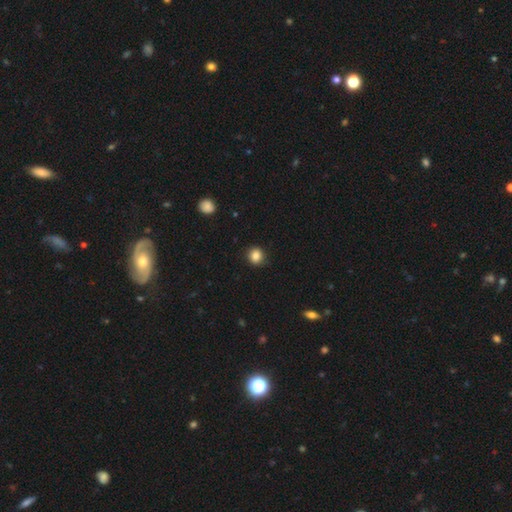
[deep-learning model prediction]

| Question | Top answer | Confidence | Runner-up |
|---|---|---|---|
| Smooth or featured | smooth | 85% | star or artifact (11%) |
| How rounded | round | 86% | in between (13%) |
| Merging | none | 88% | minor disturbance (9%) |